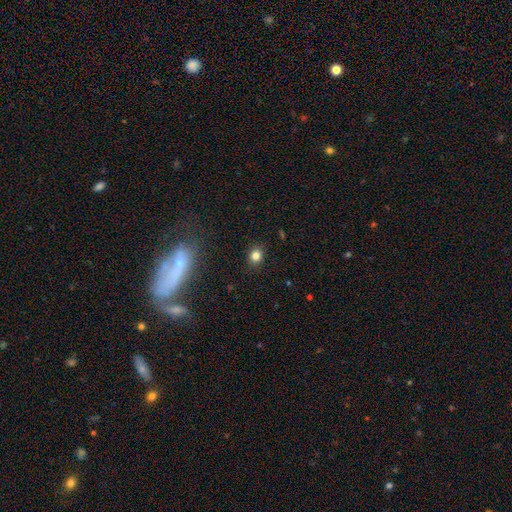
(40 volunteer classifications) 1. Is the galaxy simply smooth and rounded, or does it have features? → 85% smooth, 10% star or artifact, 5% featured or disk.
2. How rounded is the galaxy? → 85% round, 15% in between, 0% cigar-shaped.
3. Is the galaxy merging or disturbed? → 89% none, 11% minor disturbance, 0% major disturbance, 0% merger.